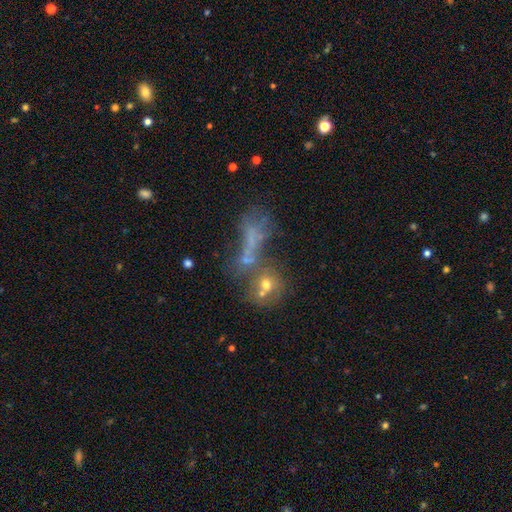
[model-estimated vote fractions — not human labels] This is marginally a smooth galaxy (39%). Merging: possibly merger (48%).